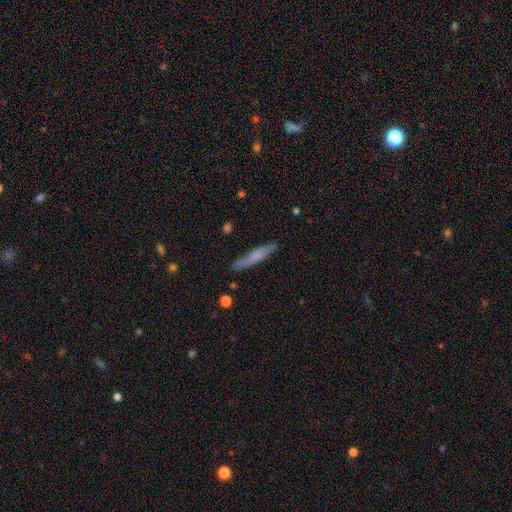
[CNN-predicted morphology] A smooth galaxy with no disk features (61%) that is cigar-shaped (92%).

Vote fractions:
- Smooth or featured? smooth: 61% / featured or disk: 32% / star or artifact: 6%
- How rounded? cigar-shaped: 92% / in between: 6% / round: 1%
- Merging? none: 84% / minor disturbance: 12% / major disturbance: 2% / merger: 2%